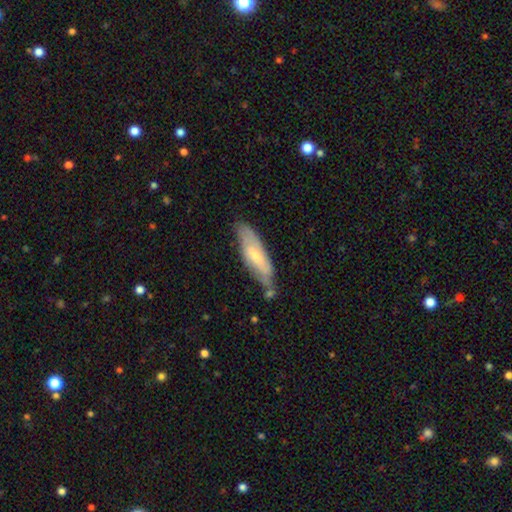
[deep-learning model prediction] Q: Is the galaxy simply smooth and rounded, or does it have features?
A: smooth — 50%.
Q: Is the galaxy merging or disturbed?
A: none — 57%.